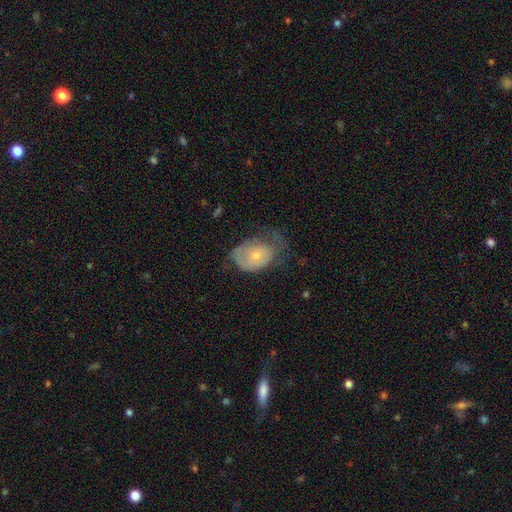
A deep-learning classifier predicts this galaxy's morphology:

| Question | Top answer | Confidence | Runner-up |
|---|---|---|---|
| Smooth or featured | smooth | 54% | featured or disk (39%) |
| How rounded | in between | 77% | round (22%) |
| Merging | major disturbance | 36% | minor disturbance (34%) |